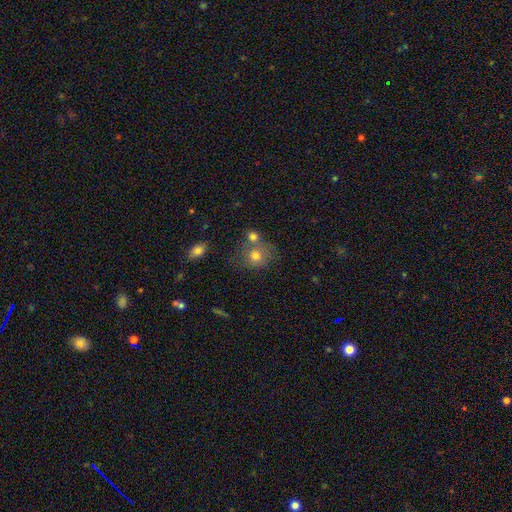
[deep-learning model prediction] Smooth or featured? Predicted: smooth (p=0.76). How rounded? Predicted: round (p=0.76). Merging? Predicted: none (p=0.48).